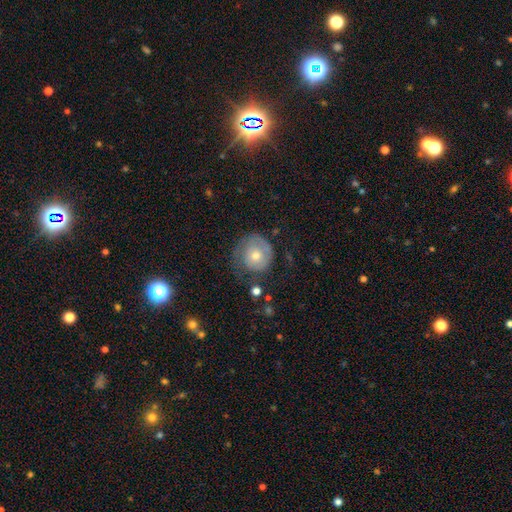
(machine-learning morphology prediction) type=featured or disk (47%); merging=none (57%).